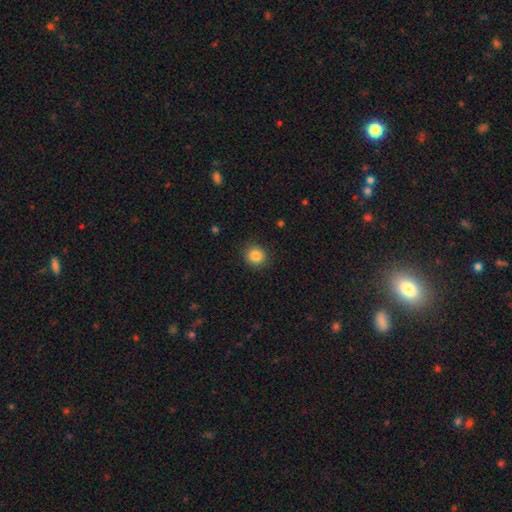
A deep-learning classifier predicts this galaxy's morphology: smooth 85%, star or artifact 10%, featured or disk 5%. Down the decision tree: how rounded — round (89%); merging — none (88%).